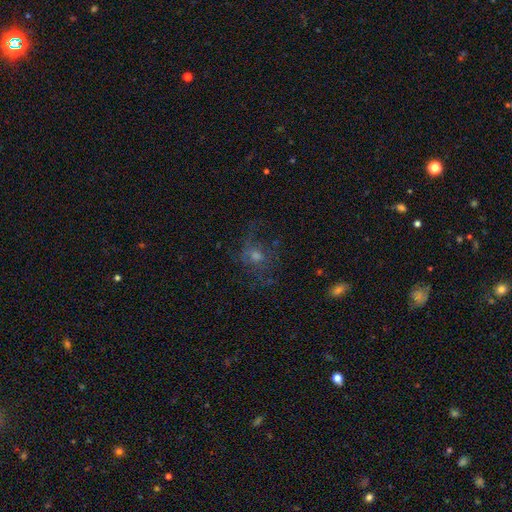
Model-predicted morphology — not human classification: This appears to be a featured or disk galaxy (44%). Merging: none (56%).